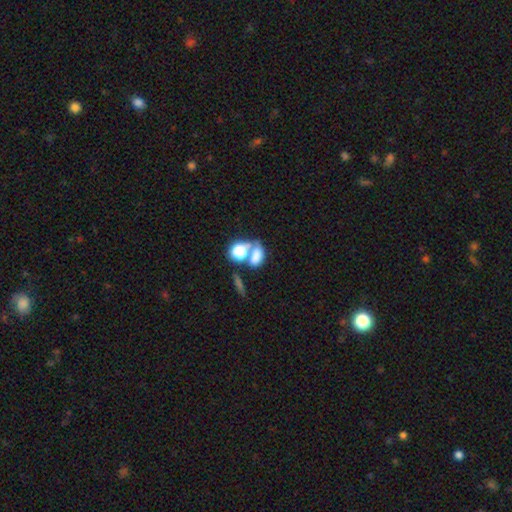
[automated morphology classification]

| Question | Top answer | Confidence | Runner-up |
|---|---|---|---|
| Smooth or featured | smooth | 71% | featured or disk (16%) |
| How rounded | in between | 75% | round (23%) |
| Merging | merger | 56% | none (28%) |